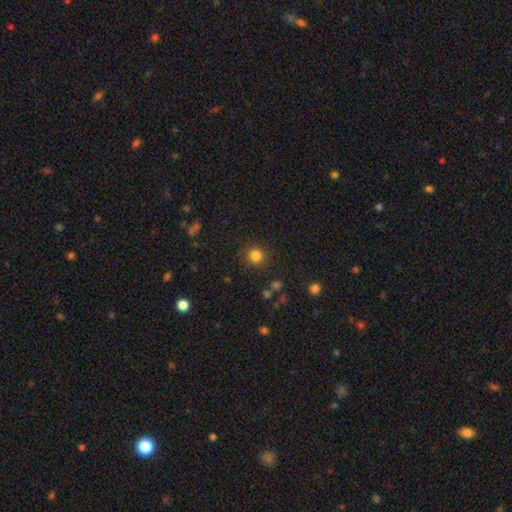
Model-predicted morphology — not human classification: smooth 83%, star or artifact 13%, featured or disk 4%. Down the decision tree: how rounded — round (92%); merging — none (88%).